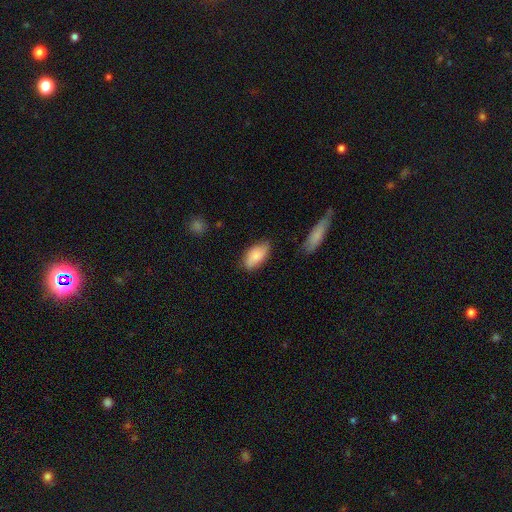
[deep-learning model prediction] A smooth galaxy with no disk features (80%) that is in between round and cigar-shaped (93%). Merging: none (73%).